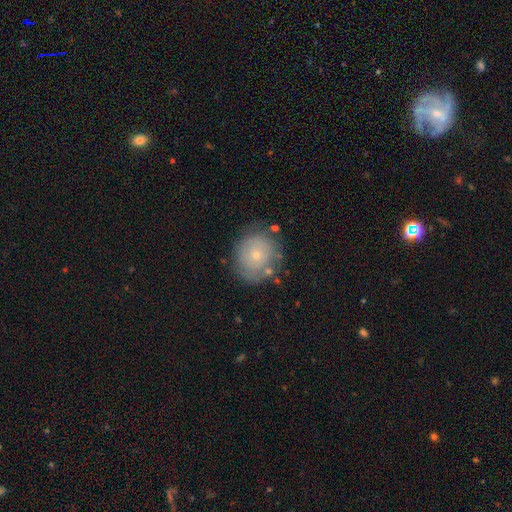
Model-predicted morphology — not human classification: smooth 54%, featured or disk 37%, star or artifact 9%. Down the decision tree: how rounded — round (82%); merging — none (71%).